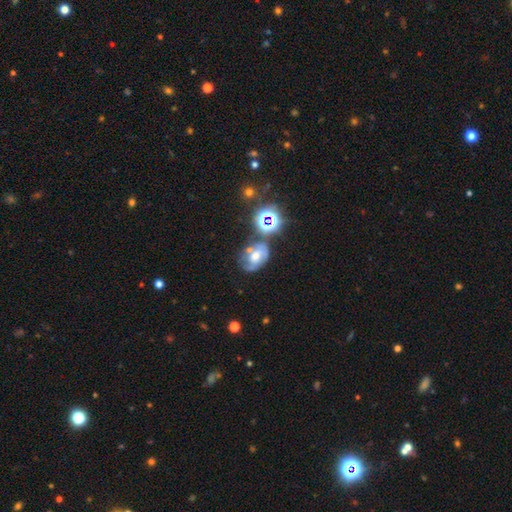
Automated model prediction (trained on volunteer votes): A featured or disk galaxy (53%) with no bar (62%), spiral arms (70%) and a moderate central bulge (58%).

Vote fractions:
- Smooth or featured? featured or disk: 53% / smooth: 24% / star or artifact: 23%
- Edge-on disk? no: 96% / yes: 4%
- Bar? no: 62% / weak: 29% / strong: 9%
- Spiral arms? yes: 70% / no: 30%
- Bulge size? moderate: 58% / large: 18% / small: 17% / none: 5% / dominant: 3%
- Merging? none: 49% / minor disturbance: 22% / merger: 15% / major disturbance: 13%